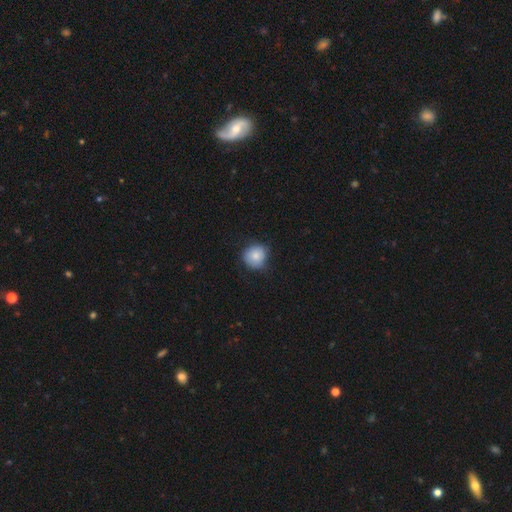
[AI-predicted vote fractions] This is clearly a smooth galaxy (84%). How rounded: clearly round (88%). Merging: likely none (75%).